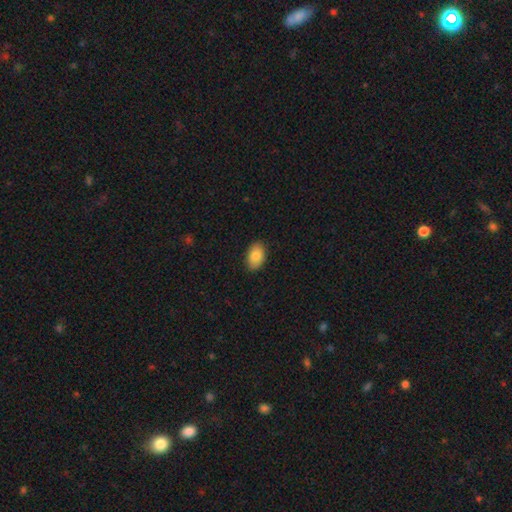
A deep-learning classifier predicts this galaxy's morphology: Smooth or featured? Predicted: smooth (p=0.83). How rounded? Predicted: in between (p=0.90). Merging? Predicted: none (p=0.88).